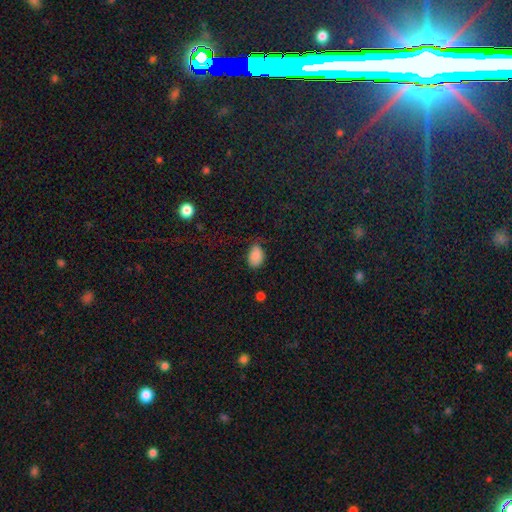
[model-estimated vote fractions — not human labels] smooth-or-featured: smooth: 86% | star or artifact: 8% | featured or disk: 6%
  how-rounded: in between: 86% | round: 13% | cigar-shaped: 1%
  merging: none: 62% | minor disturbance: 29% | major disturbance: 7% | merger: 2%